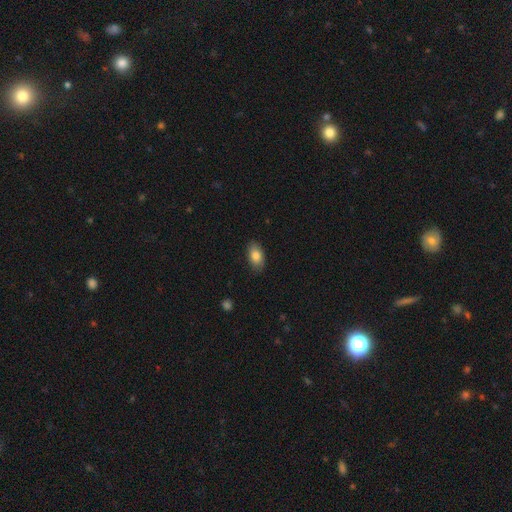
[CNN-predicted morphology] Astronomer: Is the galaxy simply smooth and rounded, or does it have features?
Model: smooth — 83%.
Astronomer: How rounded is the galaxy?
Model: in between — 91%.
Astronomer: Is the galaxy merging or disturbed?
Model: none — 87%.